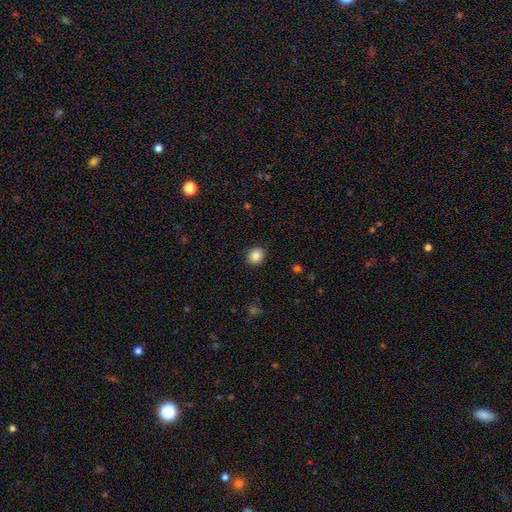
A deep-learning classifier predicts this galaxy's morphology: A smooth galaxy with no disk features (86%) that is round (74%).

Vote fractions:
- Smooth or featured? smooth: 86% / star or artifact: 9% / featured or disk: 5%
- How rounded? round: 74% / in between: 25% / cigar-shaped: 1%
- Merging? none: 91% / minor disturbance: 6% / major disturbance: 2% / merger: 1%